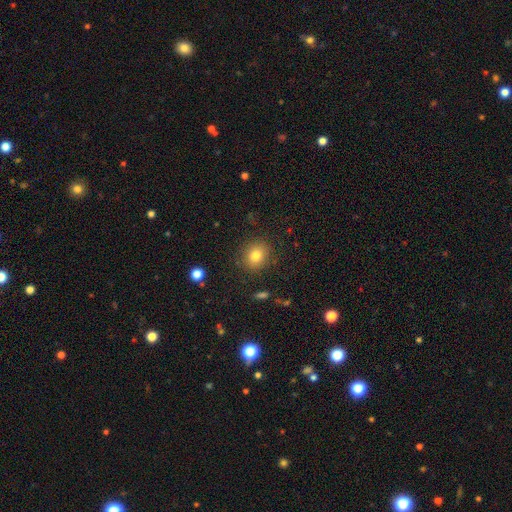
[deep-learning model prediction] Smooth or featured? smooth (80%)
How rounded? round (72%)
Merging? none (86%)